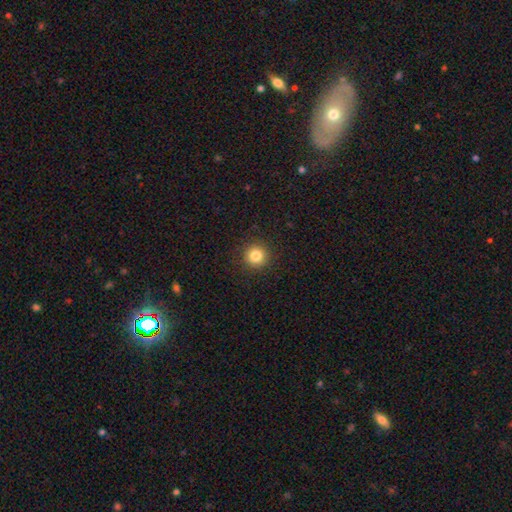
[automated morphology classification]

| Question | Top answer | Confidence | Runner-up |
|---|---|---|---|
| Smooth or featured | smooth | 84% | star or artifact (11%) |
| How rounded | round | 95% | in between (4%) |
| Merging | none | 92% | minor disturbance (5%) |